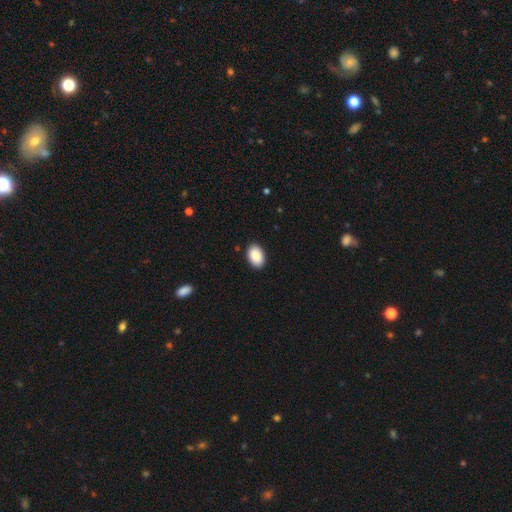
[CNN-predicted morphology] smooth_or_featured: smooth (p=0.89) [alt: star or artifact p=0.06]
how_rounded: in between (p=0.91) [alt: round p=0.08]
merging: none (p=0.90) [alt: minor disturbance p=0.07]